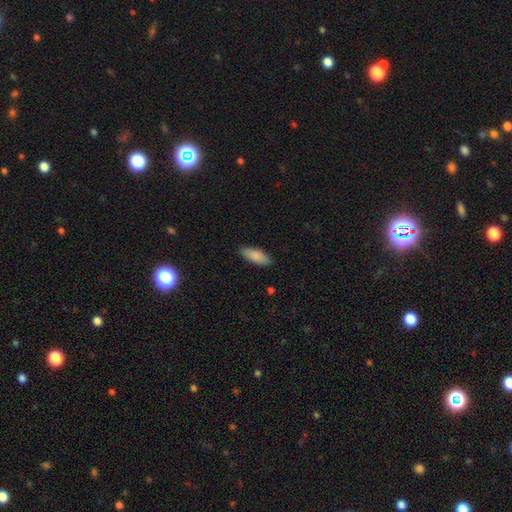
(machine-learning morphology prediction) smooth 86%, featured or disk 8%, star or artifact 6%. Down the decision tree: how rounded — in between (74%); merging — none (87%).